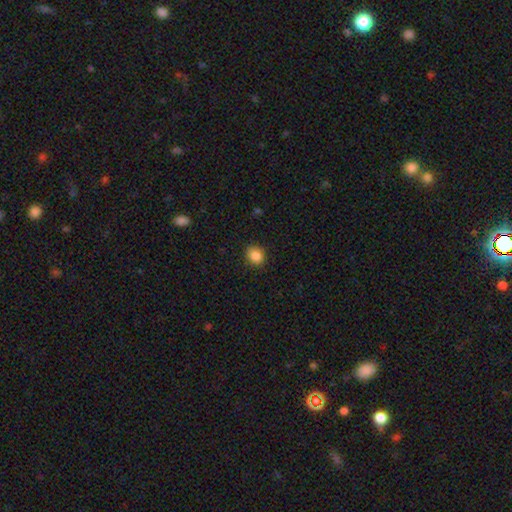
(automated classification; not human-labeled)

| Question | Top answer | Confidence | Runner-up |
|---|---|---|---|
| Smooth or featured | smooth | 87% | star or artifact (10%) |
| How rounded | round | 67% | in between (32%) |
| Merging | none | 87% | minor disturbance (9%) |